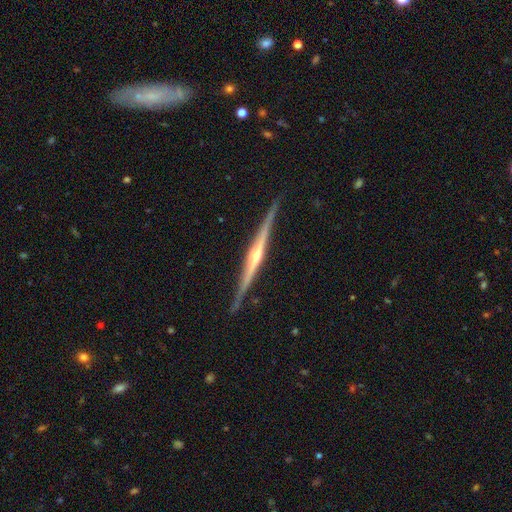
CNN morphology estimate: A featured or disk galaxy (86%) viewed edge-on (98%) with a rounded central bulge (77%). Merging: none (90%).